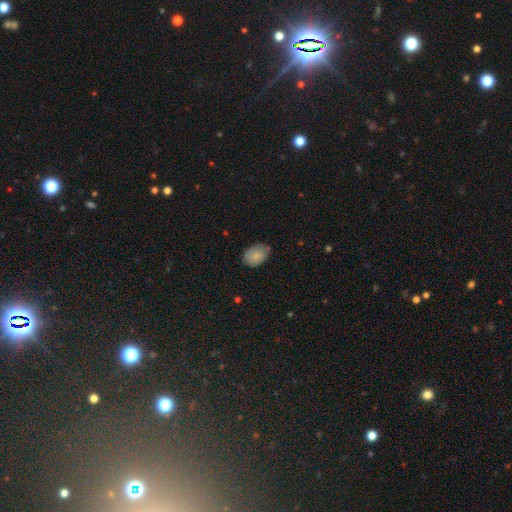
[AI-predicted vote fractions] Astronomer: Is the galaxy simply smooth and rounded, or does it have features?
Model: smooth — 81%.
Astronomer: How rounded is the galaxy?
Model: in between — 78%.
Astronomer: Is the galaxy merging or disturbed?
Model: none — 67%.